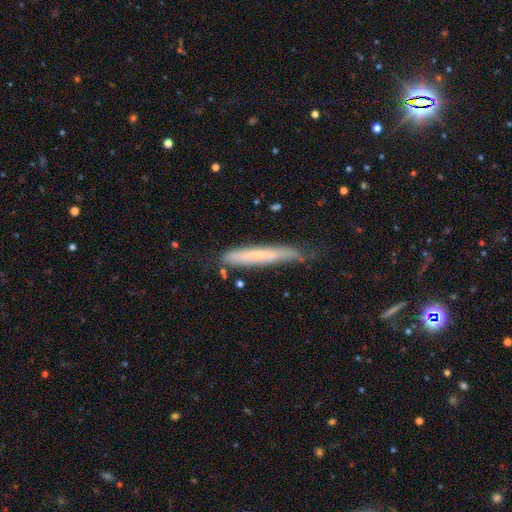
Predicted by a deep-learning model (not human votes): Smooth or featured: smooth — 53% (featured or disk — 39%)
How rounded: cigar-shaped — 94% (in between — 5%)
Merging: none — 65% (minor disturbance — 27%)